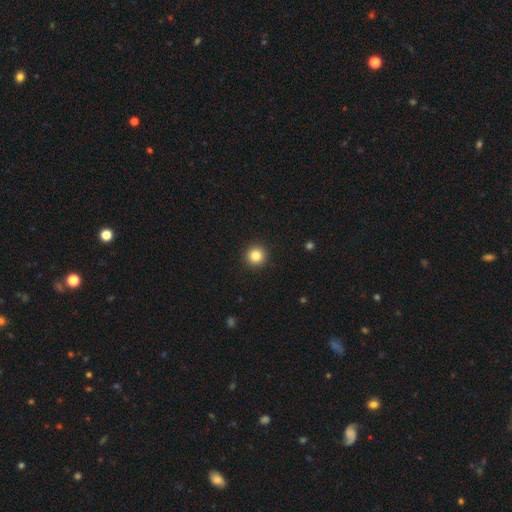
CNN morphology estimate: Smooth or featured? smooth (84%)
How rounded? round (95%)
Merging? none (93%)